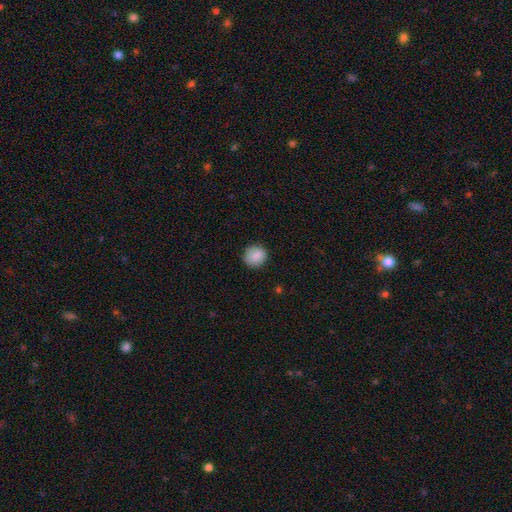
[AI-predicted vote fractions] The model was most divided on "how rounded": round: 86%, in between: 13%, cigar-shaped: 1%. More confident: smooth or featured — smooth (88%); merging — none (87%).